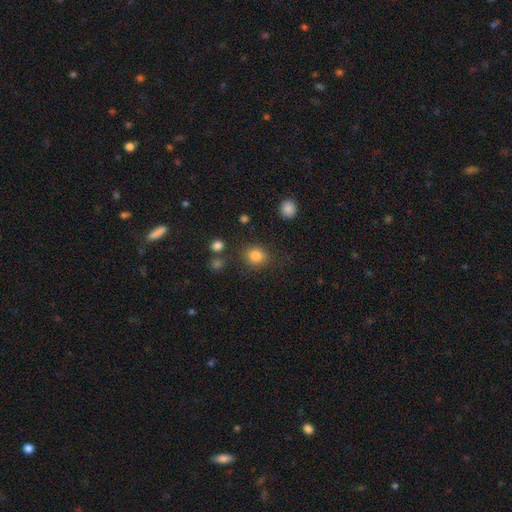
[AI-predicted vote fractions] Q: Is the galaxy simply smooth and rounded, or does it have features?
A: smooth — 84%.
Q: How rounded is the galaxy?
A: round — 82%.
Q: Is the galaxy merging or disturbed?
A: none — 83%.